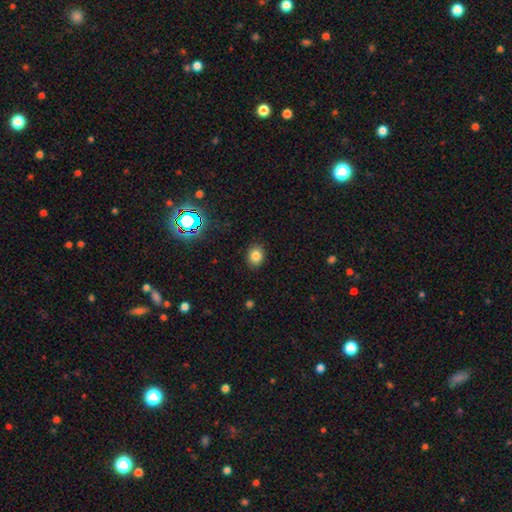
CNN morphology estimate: The model was most divided on "how rounded": round: 51%, in between: 49%, cigar-shaped: 1%. More confident: merging — none (88%); smooth or featured — smooth (80%).